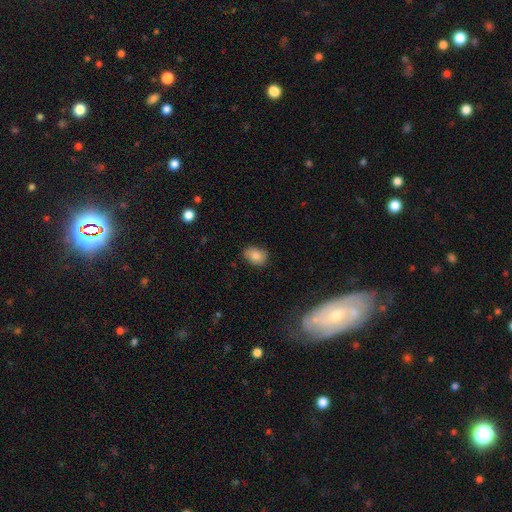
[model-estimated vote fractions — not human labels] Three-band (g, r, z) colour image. It shows a smooth galaxy with no disk features (82%) that is in between round and cigar-shaped (71%). Merging: none (81%).